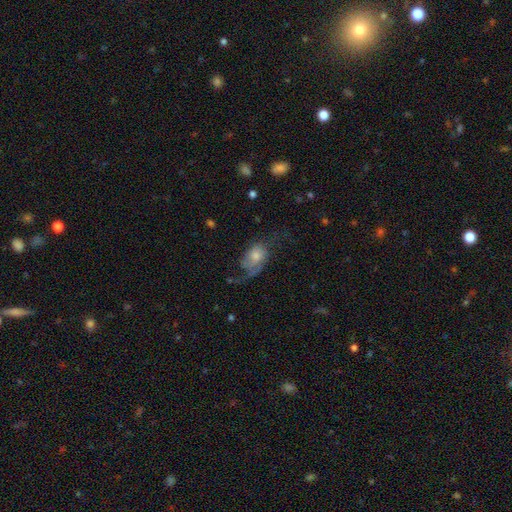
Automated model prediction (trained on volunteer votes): A featured or disk galaxy (55%) with no bar (77%), spiral arms (79%) and a moderate central bulge (50%). Merging: none (41%).